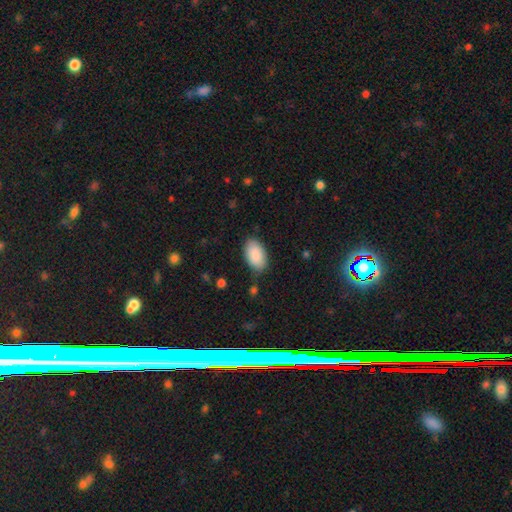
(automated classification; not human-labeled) This is clearly a smooth galaxy (89%). How rounded: clearly in between (95%). Merging: clearly none (81%).